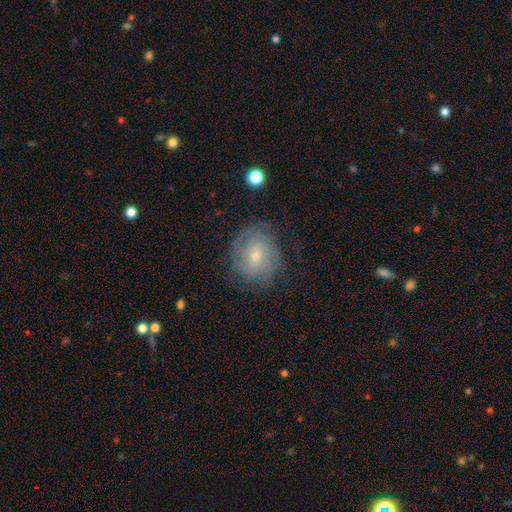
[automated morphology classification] type=featured or disk (58%); edge-on=no (97%); bar=no (63%); spiral arms=yes (83%); bulge=small (54%); merging=none (73%).